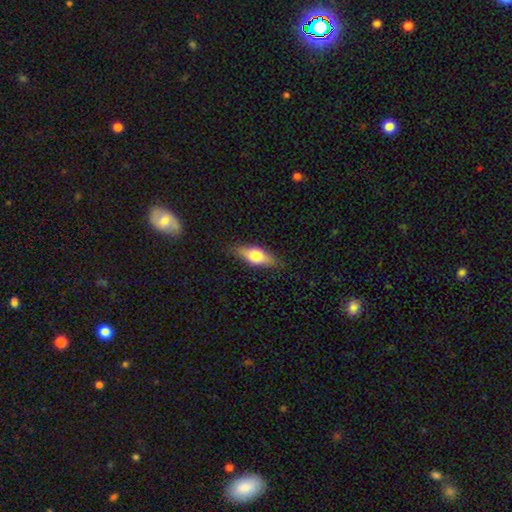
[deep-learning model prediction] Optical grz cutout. It shows a smooth galaxy with no disk features (64%) that is in between round and cigar-shaped (69%). Merging: none (84%).